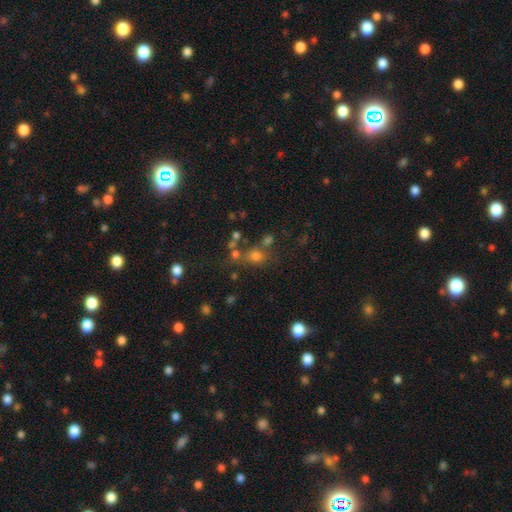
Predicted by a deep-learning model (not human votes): Smooth or featured: smooth — 62% (star or artifact — 27%)
How rounded: round — 79% (in between — 19%)
Merging: none — 62% (merger — 20%)